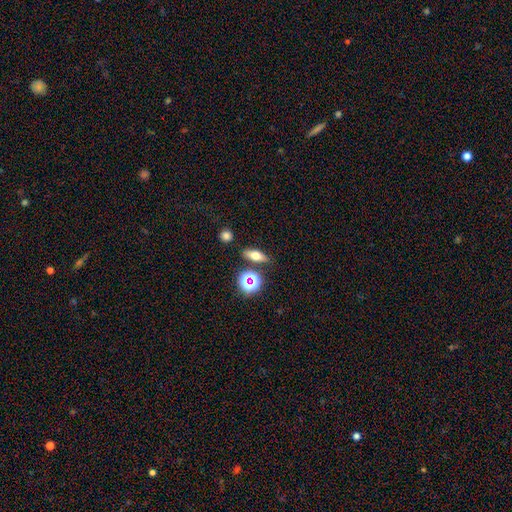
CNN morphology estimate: Smooth or featured?
  - smooth: 55% *
  - featured or disk: 28%
  - star or artifact: 16%
How rounded?
  - in between: 54% *
  - cigar-shaped: 33%
  - round: 13%
Merging?
  - none: 82% *
  - minor disturbance: 9%
  - merger: 5%
  - major disturbance: 3%